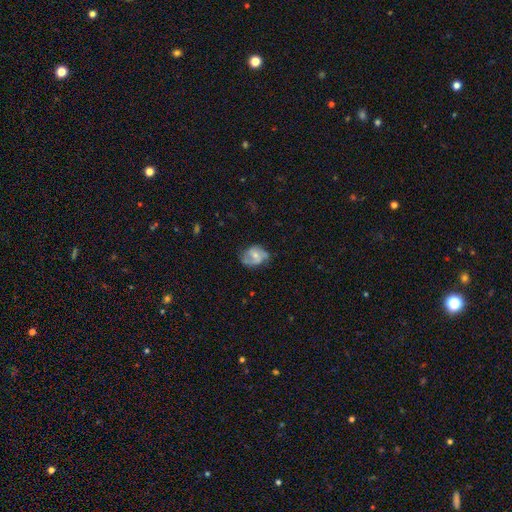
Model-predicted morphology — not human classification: smooth-or-featured: featured or disk: 54% | smooth: 38% | star or artifact: 8%
  disk-edge-on: no: 97% | yes: 3%
    bar: no: 53% | weak: 36% | strong: 11%
    has-spiral-arms: yes: 70% | no: 30%
    bulge-size: moderate: 48% | small: 44% | none: 5% | large: 3% | dominant: 1%
  merging: none: 52% | minor disturbance: 31% | major disturbance: 14% | merger: 2%